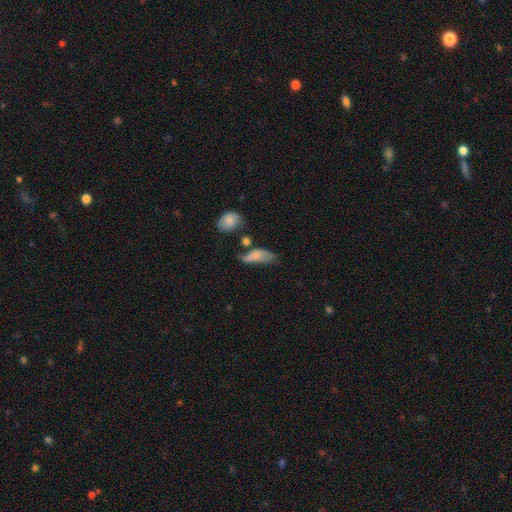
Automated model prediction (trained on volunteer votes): This appears to be a smooth galaxy with no disk features (71%) that is in between round and cigar-shaped (81%). Merging: minor disturbance (33%).